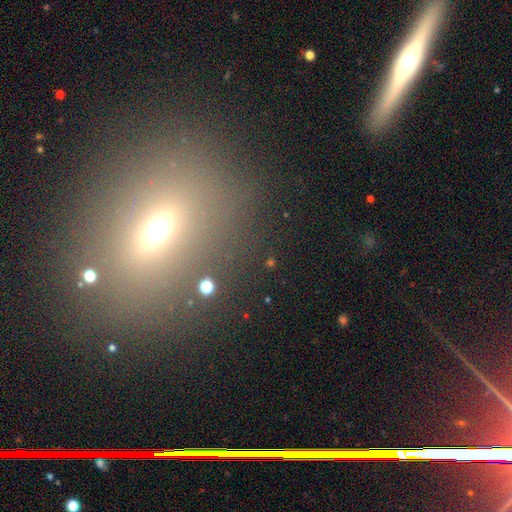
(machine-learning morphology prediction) Q: Smooth or featured?
A: smooth (47%); runner-up: star or artifact (34%)
Q: Merging?
A: none (82%); runner-up: minor disturbance (9%)